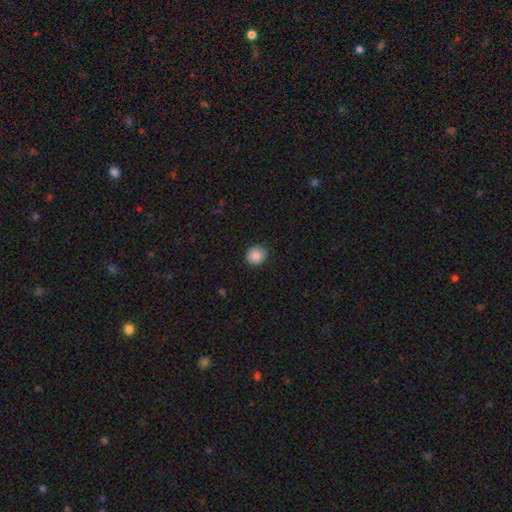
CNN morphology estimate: smooth-or-featured: smooth: 87% | star or artifact: 9% | featured or disk: 5%
  how-rounded: round: 77% | in between: 22% | cigar-shaped: 1%
  merging: none: 88% | minor disturbance: 9% | major disturbance: 2% | merger: 1%